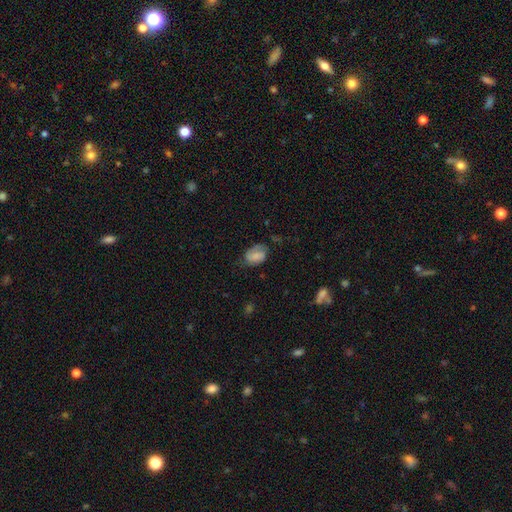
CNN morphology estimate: smooth_or_featured: smooth (p=0.60) [alt: featured or disk p=0.31]
how_rounded: in between (p=0.83) [alt: round p=0.16]
merging: none (p=0.52) [alt: minor disturbance p=0.31]